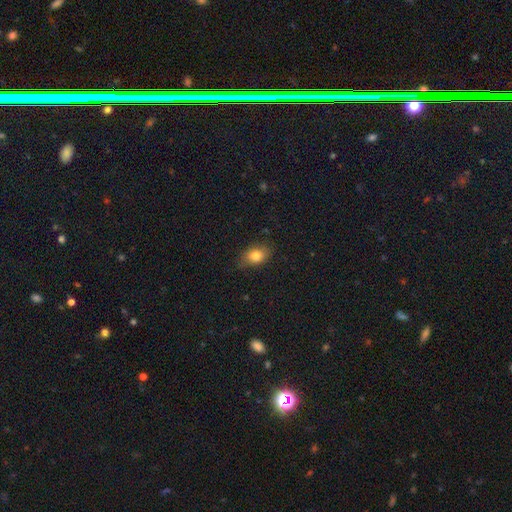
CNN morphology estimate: Q: Smooth or featured?
A: smooth (79%); runner-up: featured or disk (11%)
Q: How rounded?
A: in between (76%); runner-up: round (21%)
Q: Merging?
A: none (76%); runner-up: minor disturbance (19%)